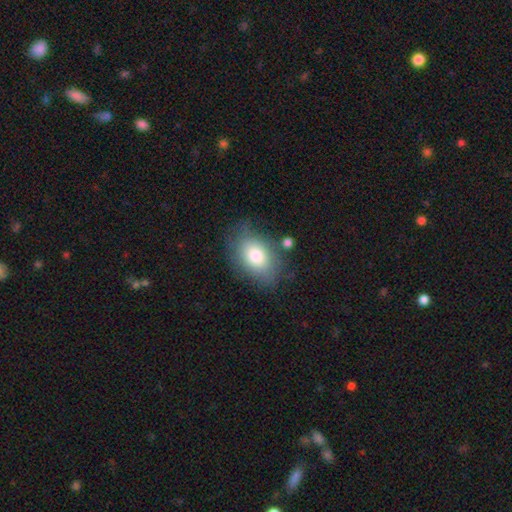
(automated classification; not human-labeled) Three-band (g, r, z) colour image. It shows a smooth galaxy with no disk features (78%) that is in between round and cigar-shaped (82%). Merging: none (71%).